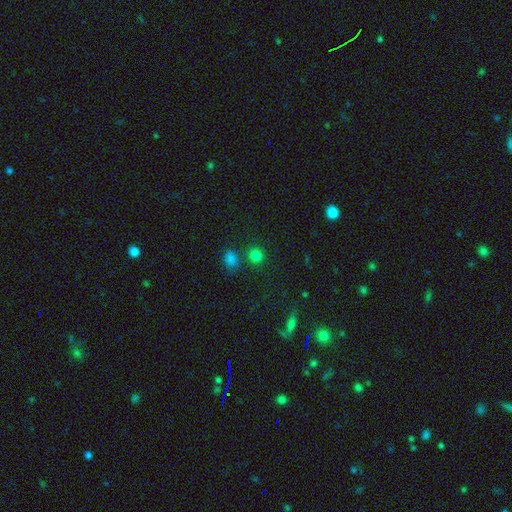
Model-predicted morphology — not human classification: smooth-or-featured: smooth: 79% | star or artifact: 16% | featured or disk: 5%
  how-rounded: round: 88% | in between: 11% | cigar-shaped: 1%
  merging: none: 76% | merger: 13% | minor disturbance: 8% | major disturbance: 3%